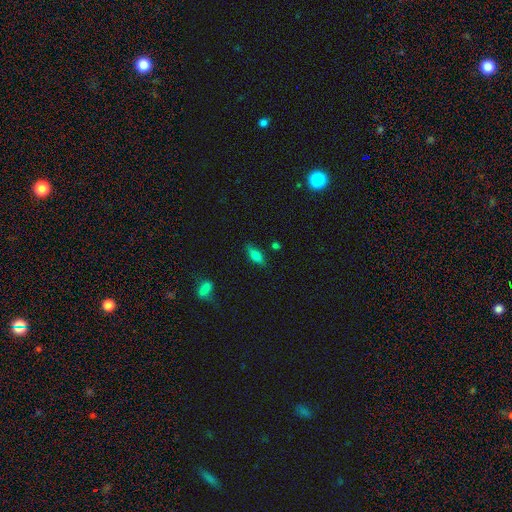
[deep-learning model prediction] smooth 69%, featured or disk 22%, star or artifact 9%. Down the decision tree: how rounded — in between (65%); merging — none (79%).